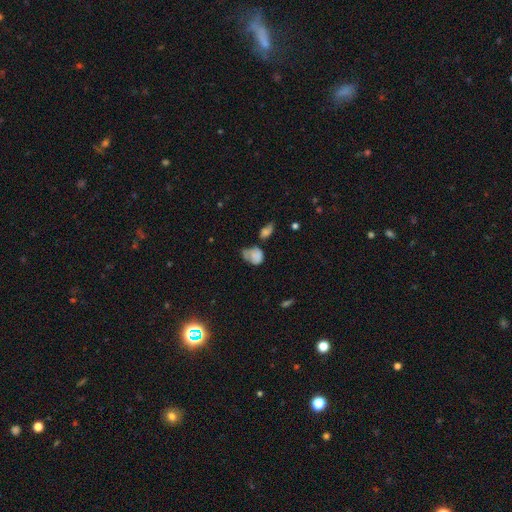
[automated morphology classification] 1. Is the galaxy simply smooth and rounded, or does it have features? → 68% smooth, 21% featured or disk, 11% star or artifact.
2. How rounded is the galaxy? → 60% in between, 39% round, 2% cigar-shaped.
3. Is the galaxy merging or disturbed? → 33% minor disturbance, 28% none, 23% major disturbance, 16% merger.